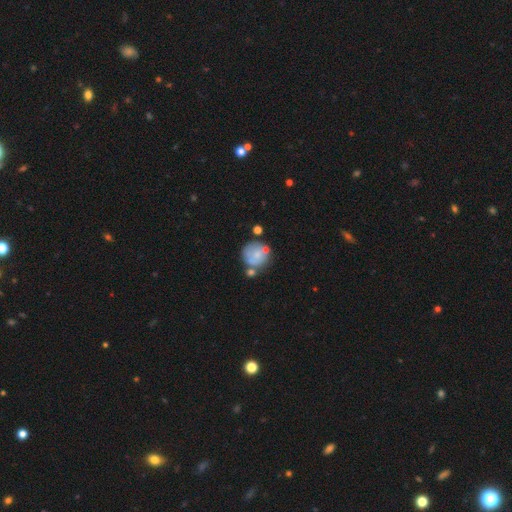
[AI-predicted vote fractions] A smooth galaxy with no disk features (59%) that is round (86%).

Vote fractions:
- Smooth or featured? smooth: 59% / featured or disk: 33% / star or artifact: 8%
- How rounded? round: 86% / in between: 13% / cigar-shaped: 1%
- Merging? none: 52% / minor disturbance: 21% / merger: 19% / major disturbance: 9%